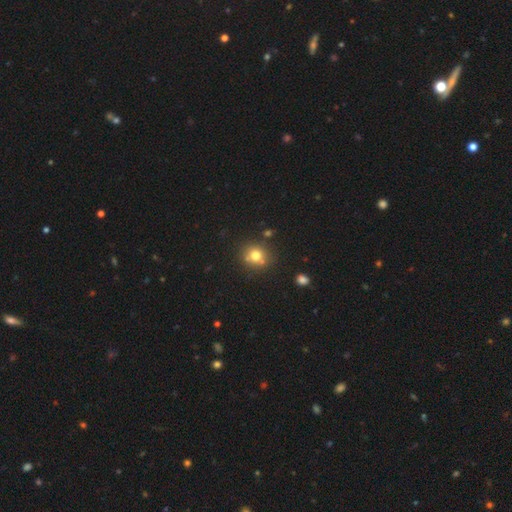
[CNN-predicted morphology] This appears to be a smooth galaxy with no disk features (74%) that is round (82%). Merging: none (73%).